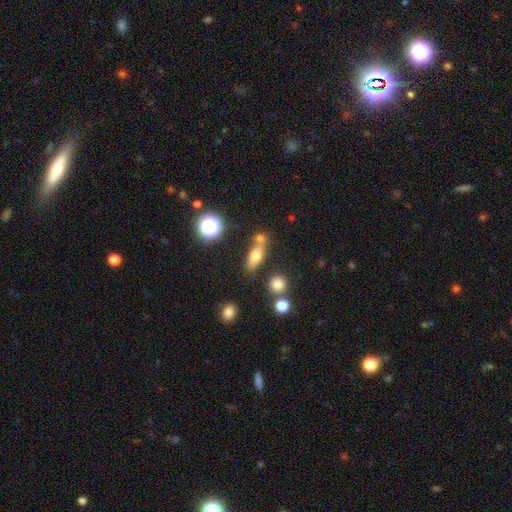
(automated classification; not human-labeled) A smooth galaxy with no disk features (65%) that is in between round and cigar-shaped (58%). Merging: none (55%).